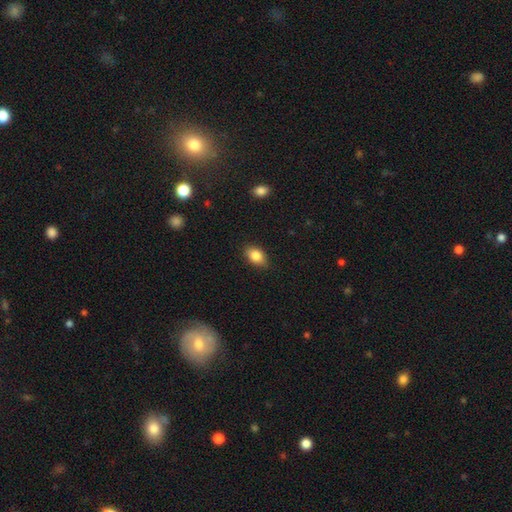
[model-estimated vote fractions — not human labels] Smooth or featured: smooth — 84% (star or artifact — 8%)
How rounded: in between — 84% (round — 14%)
Merging: none — 84% (minor disturbance — 13%)